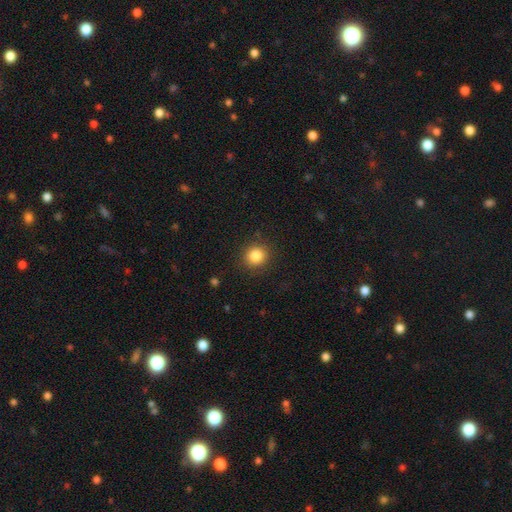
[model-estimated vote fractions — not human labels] The model was most divided on "smooth or featured": smooth: 85%, star or artifact: 10%, featured or disk: 5%. More confident: how rounded — round (89%); merging — none (89%).